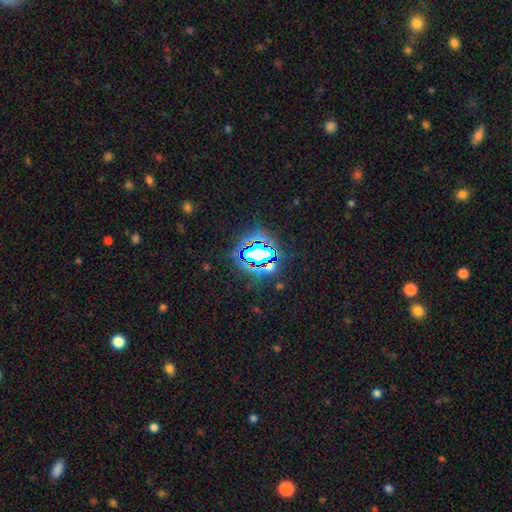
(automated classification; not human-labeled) Smooth or featured?
  - star or artifact: 71% *
  - smooth: 17%
  - featured or disk: 12%